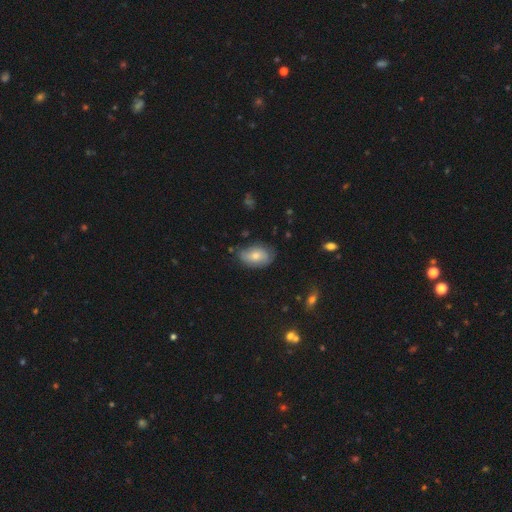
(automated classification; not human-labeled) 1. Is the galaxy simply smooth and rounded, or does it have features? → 70% smooth, 22% featured or disk, 8% star or artifact.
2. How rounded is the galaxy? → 90% in between, 9% round, 2% cigar-shaped.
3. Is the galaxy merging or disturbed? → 63% none, 28% minor disturbance, 6% major disturbance, 2% merger.